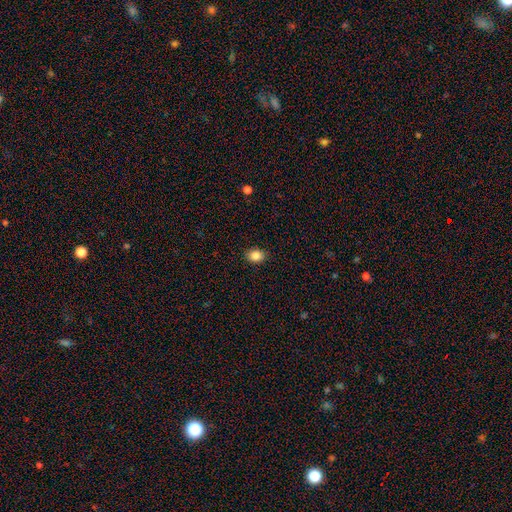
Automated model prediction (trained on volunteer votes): A smooth galaxy with no disk features (86%) that is in between round and cigar-shaped (57%). Merging: none (90%).